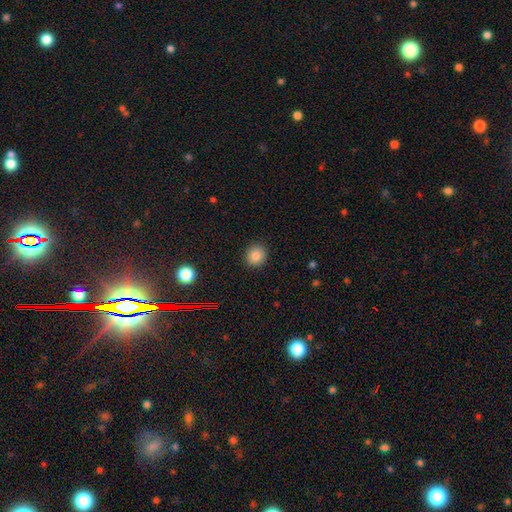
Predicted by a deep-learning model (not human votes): A smooth galaxy with no disk features (85%) that is round (84%). Merging: none (90%).